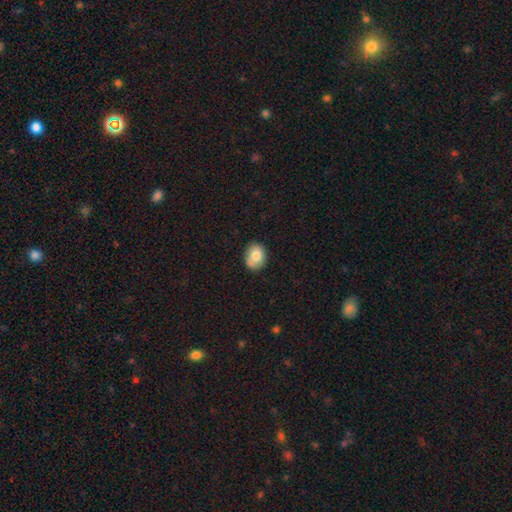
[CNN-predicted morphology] This appears to be a smooth galaxy with no disk features (79%) that is in between round and cigar-shaped (54%). Merging: none (69%).